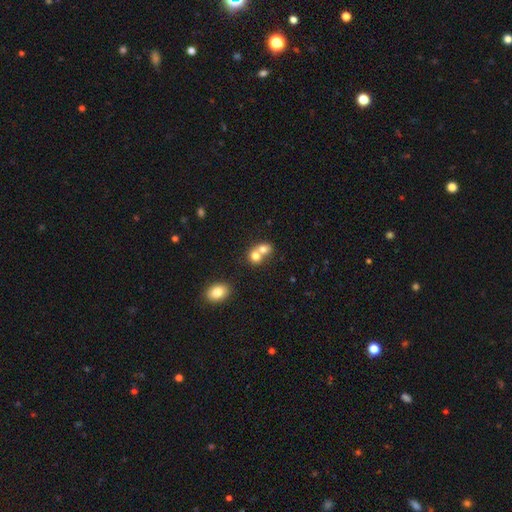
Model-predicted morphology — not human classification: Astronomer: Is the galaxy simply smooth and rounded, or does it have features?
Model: smooth — 74%.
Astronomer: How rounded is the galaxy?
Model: round — 68%.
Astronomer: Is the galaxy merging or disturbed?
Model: merger — 67%.